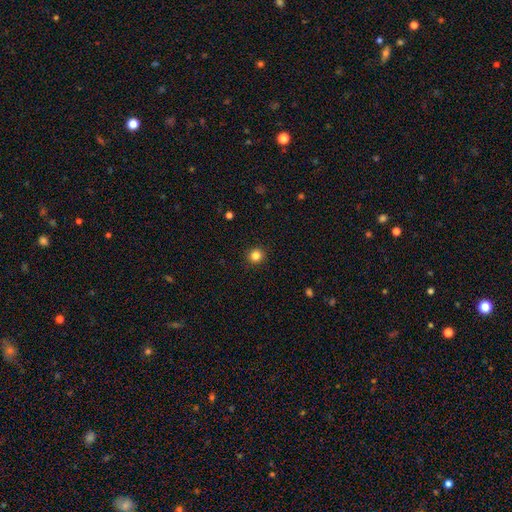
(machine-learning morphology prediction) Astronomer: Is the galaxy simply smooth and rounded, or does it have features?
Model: smooth — 84%.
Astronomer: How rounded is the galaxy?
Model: round — 93%.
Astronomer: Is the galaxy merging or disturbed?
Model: none — 92%.